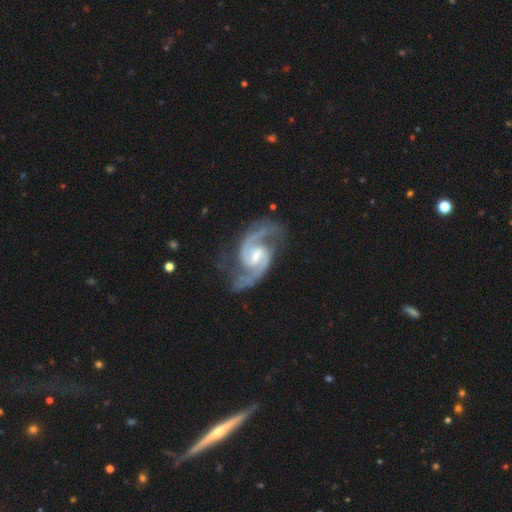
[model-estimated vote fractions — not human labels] smooth_or_featured: featured or disk (p=0.94) [alt: star or artifact p=0.04]
disk_edge_on: no (p=0.98) [alt: yes p=0.02]
bar: weak (p=0.60) [alt: no p=0.21]
has_spiral_arms: yes (p=0.99) [alt: no p=0.01]
spiral_winding: medium (p=0.66) [alt: loose p=0.18]
spiral_arm_count: 2 (p=0.94) [alt: 3 p=0.02]
bulge_size: moderate (p=0.45) [alt: small p=0.43]
merging: none (p=0.75) [alt: minor disturbance p=0.16]